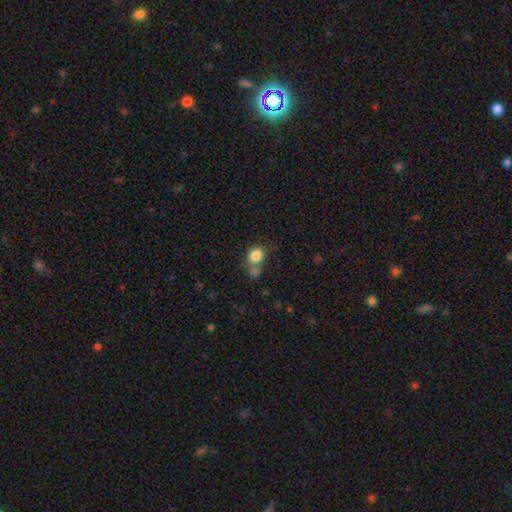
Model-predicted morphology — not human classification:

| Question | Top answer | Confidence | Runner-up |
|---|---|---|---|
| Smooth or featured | smooth | 83% | star or artifact (10%) |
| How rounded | round | 69% | in between (30%) |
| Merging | none | 47% | merger (33%) |